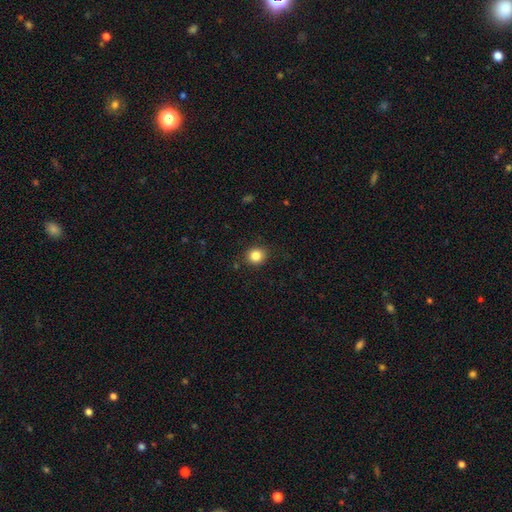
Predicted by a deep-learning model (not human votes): smooth 84%, star or artifact 11%, featured or disk 5%. Down the decision tree: how rounded — round (83%); merging — none (89%).